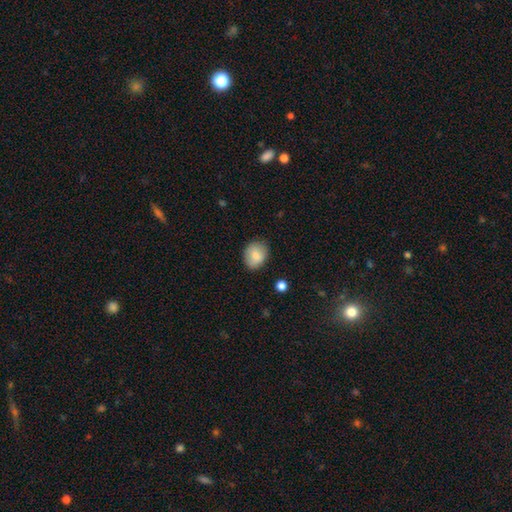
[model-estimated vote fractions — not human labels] The model was most divided on "how rounded": in between: 53%, round: 46%, cigar-shaped: 1%. More confident: smooth or featured — smooth (83%); merging — none (79%).